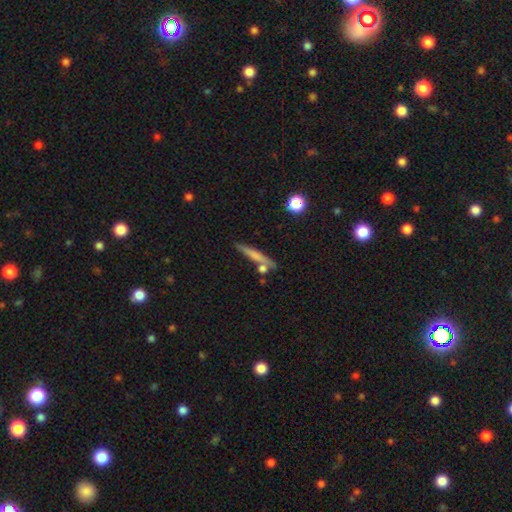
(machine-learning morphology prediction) Smooth or featured? smooth (58%)
How rounded? cigar-shaped (90%)
Merging? none (73%)